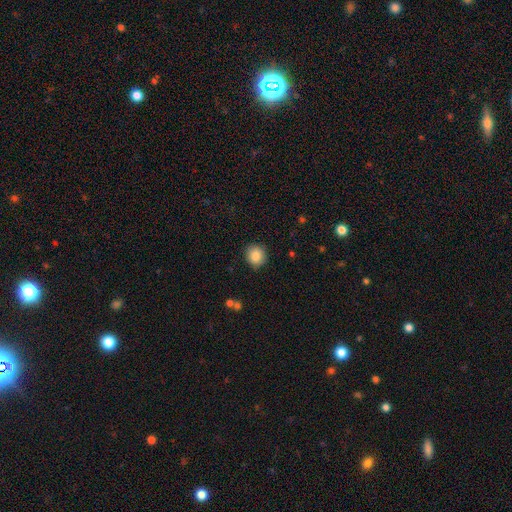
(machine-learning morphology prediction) type=smooth (86%); roundness=round (85%); merging=none (89%).